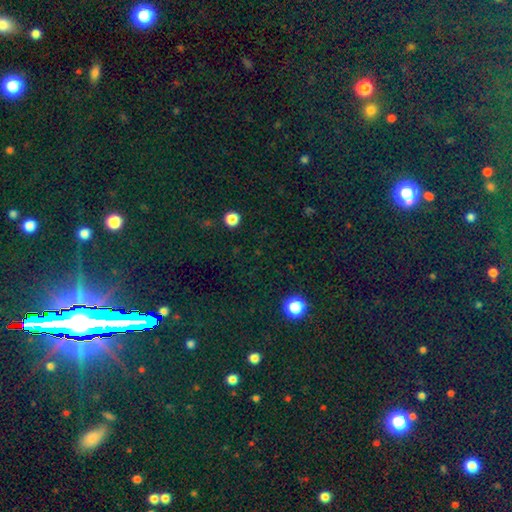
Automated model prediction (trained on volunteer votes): Smooth or featured? Predicted: star or artifact (p=0.80).